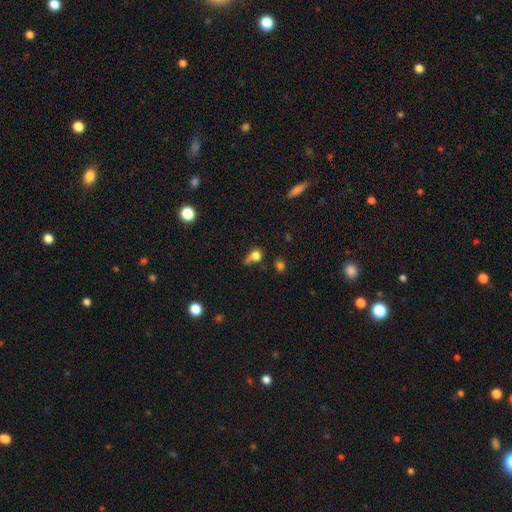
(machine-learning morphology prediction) Q: Smooth or featured?
A: smooth (74%); runner-up: featured or disk (14%)
Q: How rounded?
A: round (55%); runner-up: in between (40%)
Q: Merging?
A: none (32%); runner-up: minor disturbance (29%)